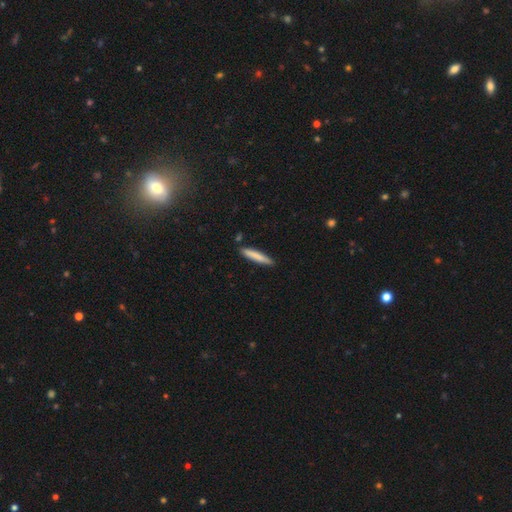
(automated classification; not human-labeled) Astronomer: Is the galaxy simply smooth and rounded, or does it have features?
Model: smooth — 80%.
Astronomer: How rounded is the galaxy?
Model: cigar-shaped — 92%.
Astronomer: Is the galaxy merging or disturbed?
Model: none — 87%.